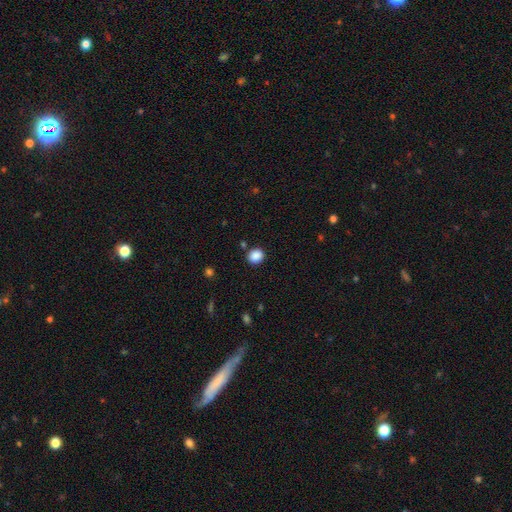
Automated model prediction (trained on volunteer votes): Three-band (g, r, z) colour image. It shows a smooth galaxy with no disk features (88%) that is round (74%). Merging: none (86%).